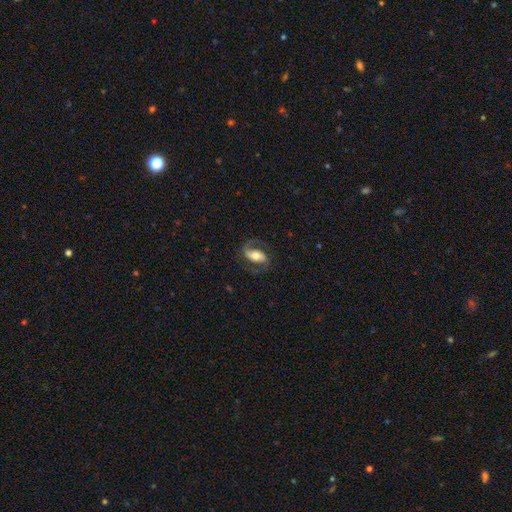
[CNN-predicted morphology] This is likely a featured or disk galaxy (73%). It is clearly not viewed edge-on (95%). Bar: marginally strong (39%). Spiral arm pattern: clearly yes (91%). Spiral arm count: clearly 2 (83%). Spiral winding: possibly medium (49%). Central bulge: possibly moderate (60%). Merging: likely none (71%).